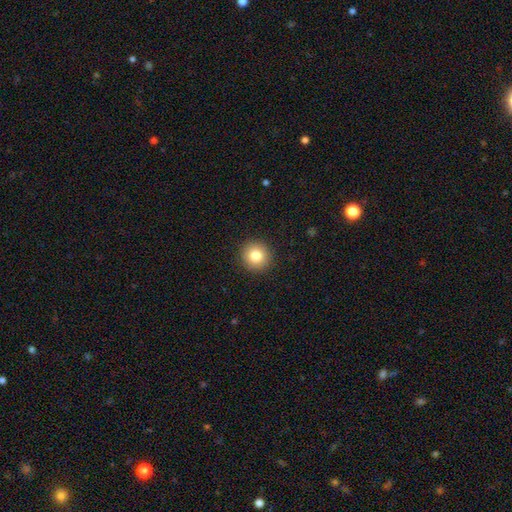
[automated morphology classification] Smooth or featured? smooth (81%)
How rounded? round (94%)
Merging? none (92%)